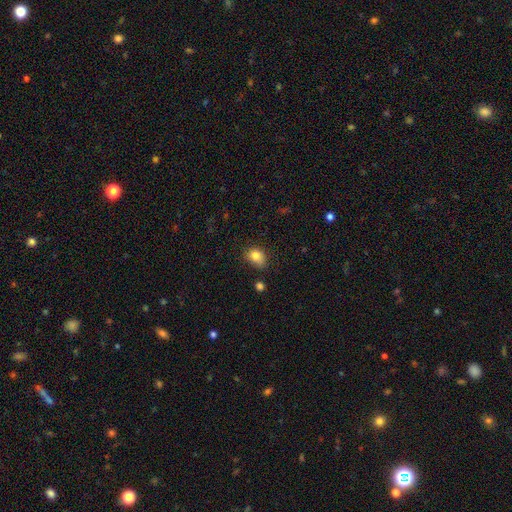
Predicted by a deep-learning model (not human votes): smooth 83%, star or artifact 10%, featured or disk 7%. Down the decision tree: how rounded — in between (60%); merging — none (64%).